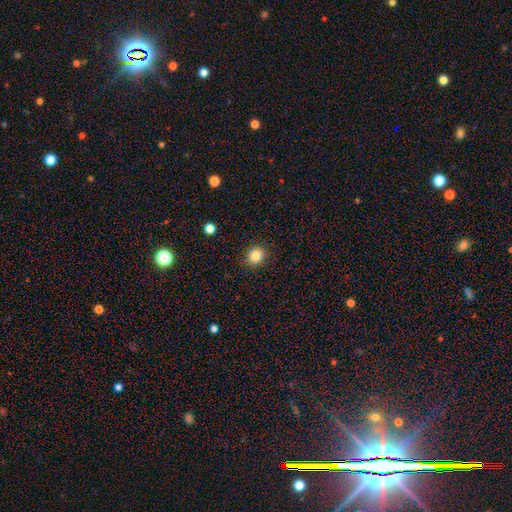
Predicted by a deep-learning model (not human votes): Overall: smooth (83%). How rounded: round (72%). Merging: none (89%).